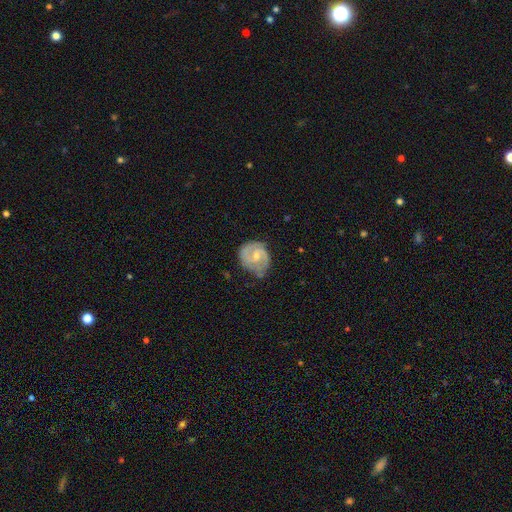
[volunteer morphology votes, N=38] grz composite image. It shows a featured or disk galaxy (79%) with a weak bar (53%), 2 (100%) medium (73%) spiral arms (100%) and a moderate central bulge (47%, tied with small). Merging: none (66%).